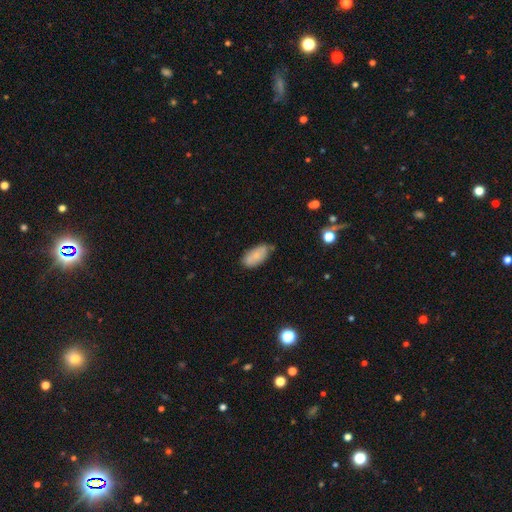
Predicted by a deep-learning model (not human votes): A smooth galaxy with no disk features (74%) that is in between round and cigar-shaped (94%). Merging: none (61%).